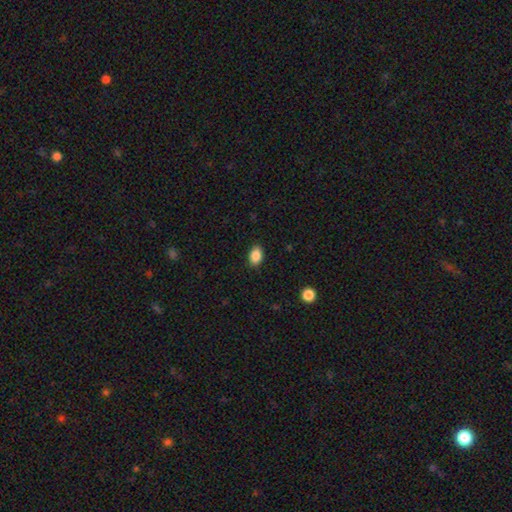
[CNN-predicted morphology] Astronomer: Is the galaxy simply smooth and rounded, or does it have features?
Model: smooth — 87%.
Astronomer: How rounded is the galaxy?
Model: in between — 85%.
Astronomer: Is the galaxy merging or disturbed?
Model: none — 88%.